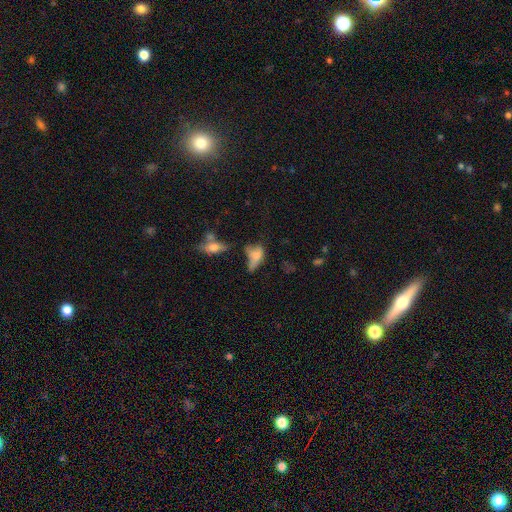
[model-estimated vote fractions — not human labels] smooth-or-featured: smooth: 64% | featured or disk: 22% | star or artifact: 14%
  how-rounded: in between: 79% | cigar-shaped: 12% | round: 10%
  merging: major disturbance: 29% | none: 25% | merger: 24% | minor disturbance: 23%